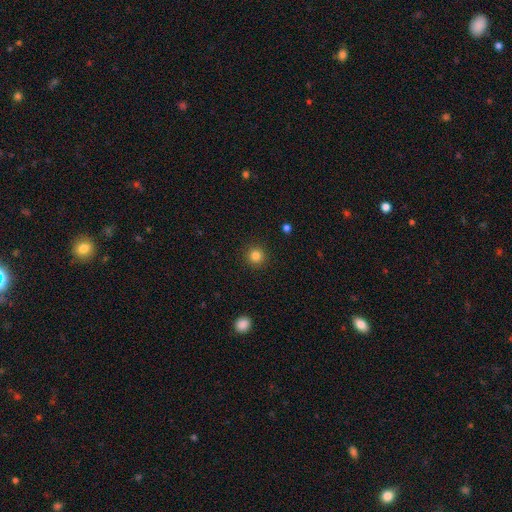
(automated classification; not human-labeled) Smooth or featured: smooth — 83% (star or artifact — 12%)
How rounded: round — 94% (in between — 5%)
Merging: none — 92% (minor disturbance — 5%)